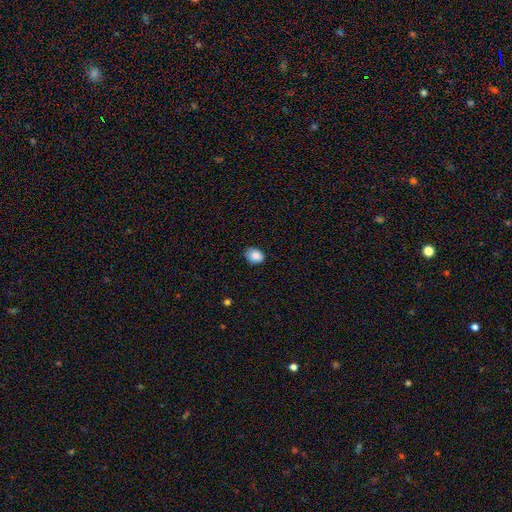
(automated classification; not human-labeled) A smooth galaxy with no disk features (87%) that is in between round and cigar-shaped (64%). Merging: none (82%).